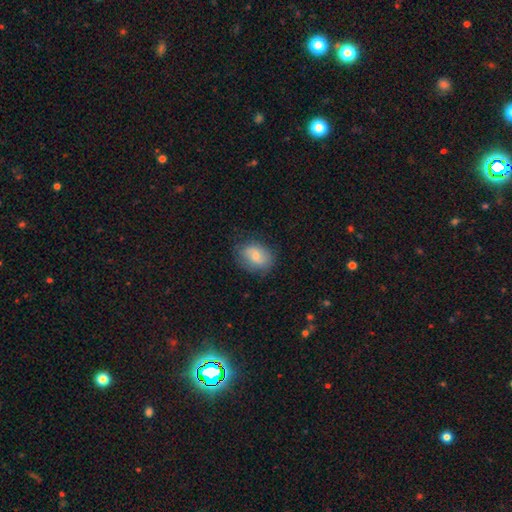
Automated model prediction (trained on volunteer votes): smooth 70%, featured or disk 22%, star or artifact 7%. Down the decision tree: how rounded — in between (60%); merging — none (75%).